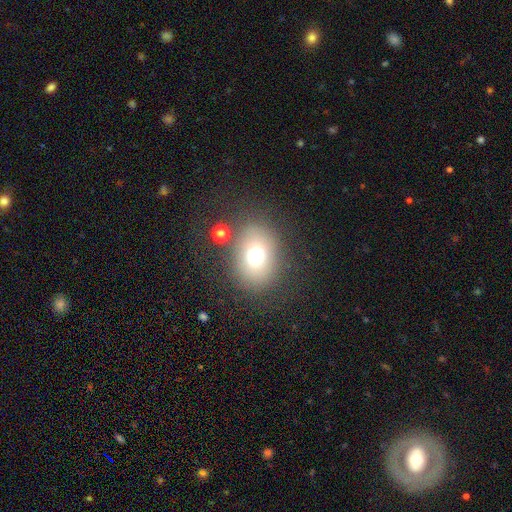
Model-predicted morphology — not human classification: Smooth or featured?
  - smooth: 68% *
  - star or artifact: 18%
  - featured or disk: 14%
How rounded?
  - round: 51% *
  - in between: 48%
  - cigar-shaped: 1%
Merging?
  - none: 75% *
  - minor disturbance: 11%
  - major disturbance: 7%
  - merger: 7%